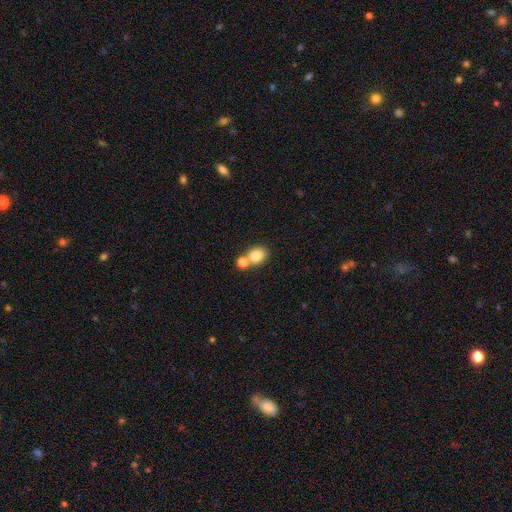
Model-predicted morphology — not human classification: Smooth or featured? Predicted: smooth (p=0.82). How rounded? Predicted: round (p=0.57). Merging? Predicted: none (p=0.51).